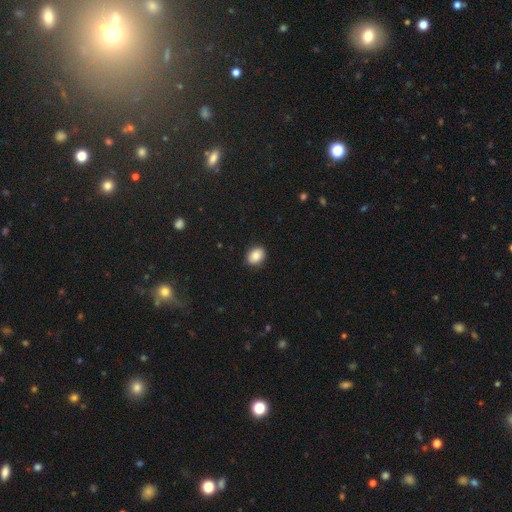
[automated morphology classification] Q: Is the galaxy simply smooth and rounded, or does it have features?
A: smooth — 87%.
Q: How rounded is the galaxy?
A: in between — 63%.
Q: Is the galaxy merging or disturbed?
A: none — 88%.